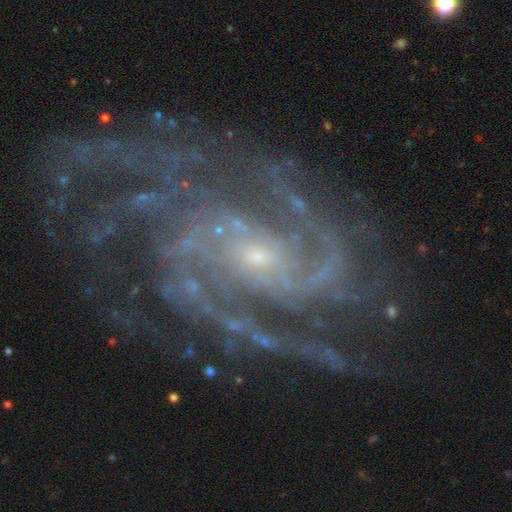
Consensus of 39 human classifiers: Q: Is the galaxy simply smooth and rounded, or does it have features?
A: featured or disk — 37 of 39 (95%).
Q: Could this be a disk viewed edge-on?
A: no — 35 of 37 (95%).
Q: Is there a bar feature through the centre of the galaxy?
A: no — 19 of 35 (54%).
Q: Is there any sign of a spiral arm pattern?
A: yes — 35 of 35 (100%).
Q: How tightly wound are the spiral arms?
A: tight — 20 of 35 (57%).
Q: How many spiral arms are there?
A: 4 — 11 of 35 (31%).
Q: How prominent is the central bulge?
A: small — 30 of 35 (86%).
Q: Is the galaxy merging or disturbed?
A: none — 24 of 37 (65%).